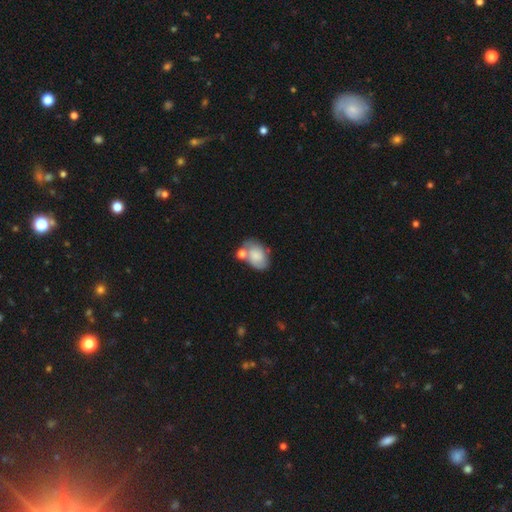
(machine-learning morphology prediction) Smooth or featured? Predicted: smooth (p=0.71). How rounded? Predicted: in between (p=0.81). Merging? Predicted: none (p=0.41).